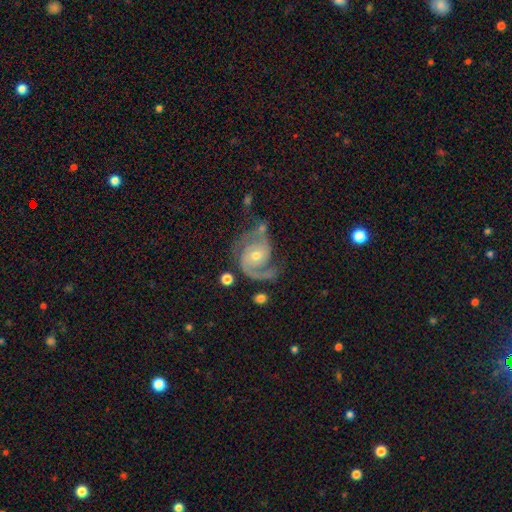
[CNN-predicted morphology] smooth-or-featured: featured or disk: 90% | star or artifact: 5% | smooth: 4%
  disk-edge-on: no: 98% | yes: 2%
    bar: no: 69% | weak: 24% | strong: 7%
    has-spiral-arms: yes: 98% | no: 2%
      spiral-winding: medium: 51% | tight: 36% | loose: 13%
      spiral-arm-count: 2: 83% | 1: 7% | 3: 4% | can't tell: 3% | 4: 1% | more than 4: 1%
    bulge-size: moderate: 49% | small: 47% | large: 2% | none: 1% | dominant: 1%
  merging: none: 64% | minor disturbance: 19% | major disturbance: 12% | merger: 5%